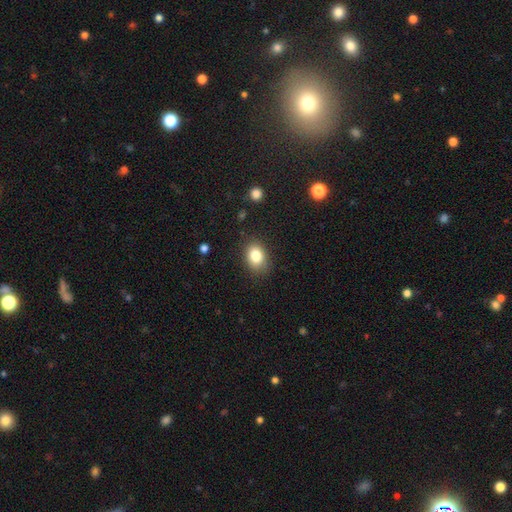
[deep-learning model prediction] Smooth or featured? smooth (83%)
How rounded? in between (67%)
Merging? none (83%)